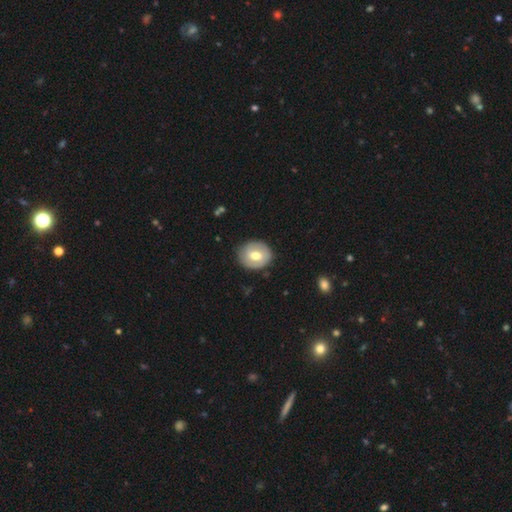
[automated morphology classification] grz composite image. It shows a smooth galaxy with no disk features (54%) that is round (78%). Merging: none (83%).